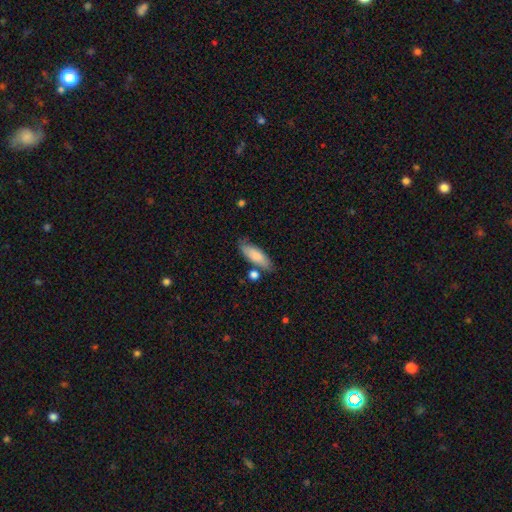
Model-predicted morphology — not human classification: A smooth galaxy with no disk features (80%) that is in between round and cigar-shaped (65%).

Vote fractions:
- Smooth or featured? smooth: 80% / featured or disk: 14% / star or artifact: 6%
- How rounded? in between: 65% / cigar-shaped: 33% / round: 2%
- Merging? none: 72% / minor disturbance: 16% / merger: 8% / major disturbance: 3%